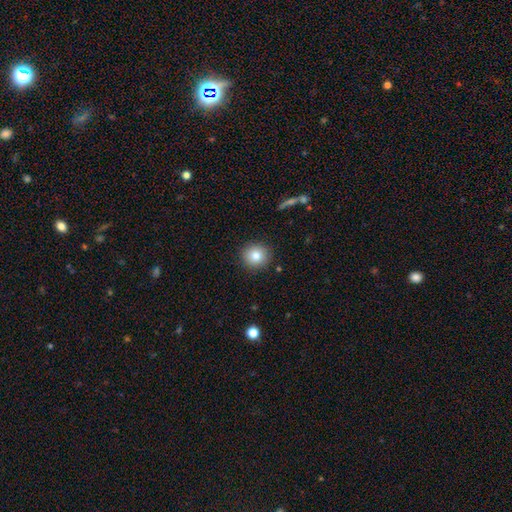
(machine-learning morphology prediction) type=smooth (81%); roundness=round (91%); merging=none (90%).